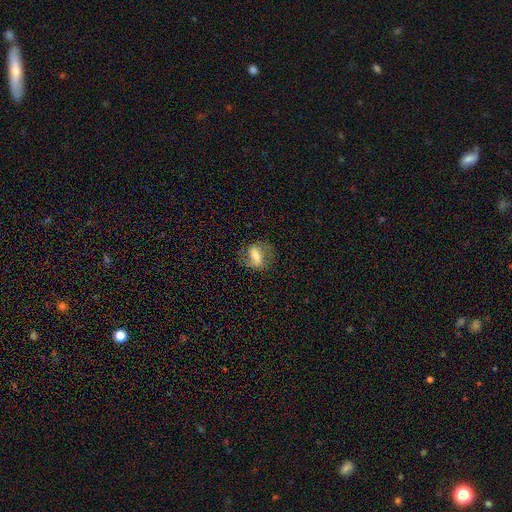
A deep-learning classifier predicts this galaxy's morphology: Q: Smooth or featured?
A: featured or disk (54%); runner-up: smooth (37%)
Q: Edge-on disk?
A: no (91%); runner-up: yes (9%)
Q: Merging?
A: none (70%); runner-up: minor disturbance (18%)